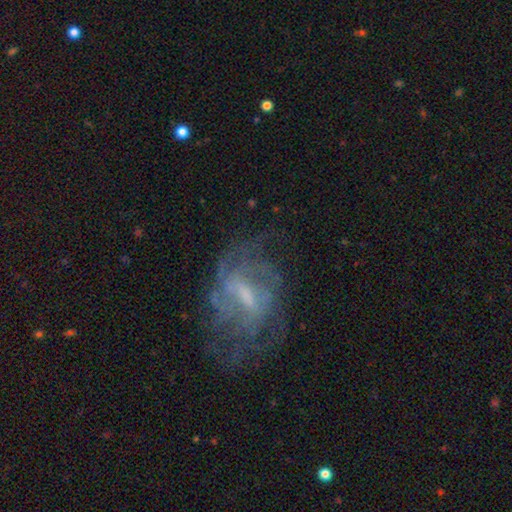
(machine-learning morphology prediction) featured or disk 68%, smooth 17%, star or artifact 15%. Down the decision tree: edge-on disk — no (94%); bar — weak (52%); spiral arms — yes (72%); bulge size — small (43%); merging — none (60%).